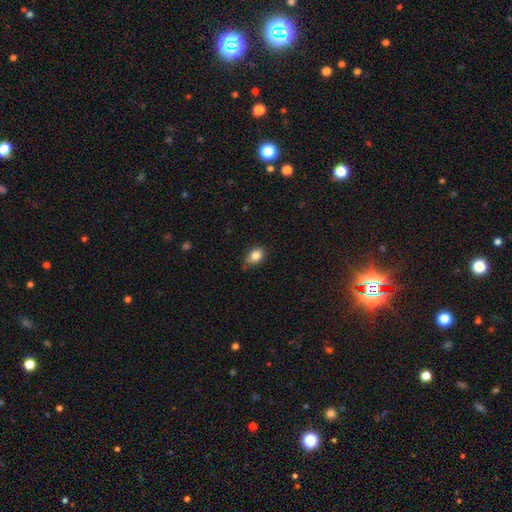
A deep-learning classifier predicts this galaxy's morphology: The model was most divided on "how rounded": in between: 70%, round: 29%, cigar-shaped: 1%. More confident: smooth or featured — smooth (85%); merging — none (73%).